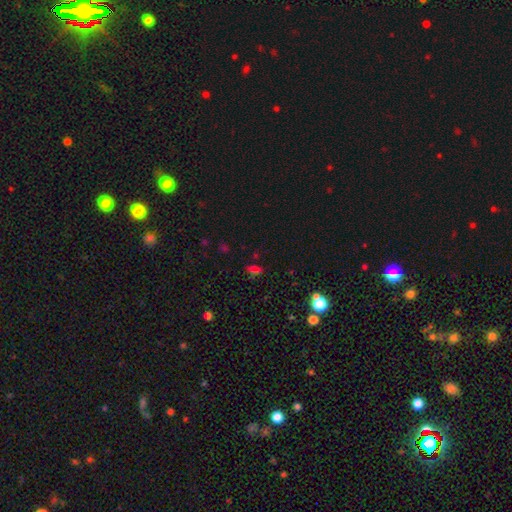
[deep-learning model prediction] A smooth galaxy with no disk features (48%). Merging: none (70%).